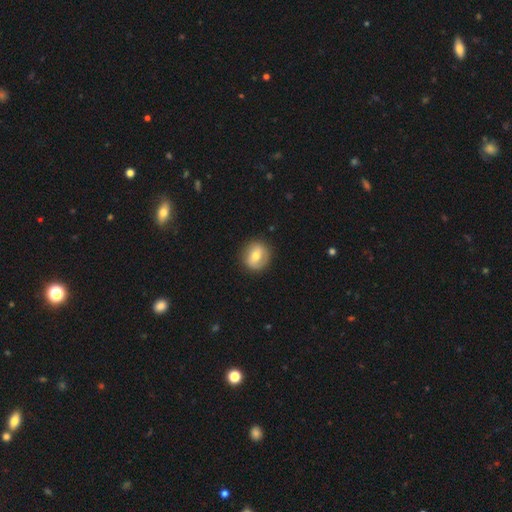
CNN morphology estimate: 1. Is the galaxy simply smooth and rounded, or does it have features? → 58% smooth, 35% featured or disk, 7% star or artifact.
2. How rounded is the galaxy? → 84% round, 15% in between, 1% cigar-shaped.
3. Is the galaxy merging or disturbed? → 86% none, 9% minor disturbance, 3% major disturbance, 1% merger.